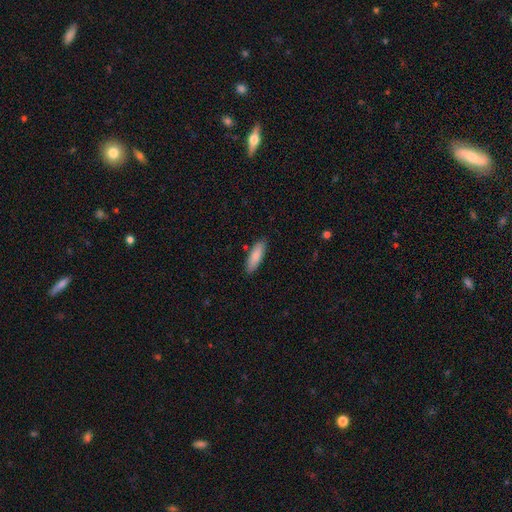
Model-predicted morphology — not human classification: A smooth galaxy with no disk features (86%) that is in between round and cigar-shaped (52%).

Vote fractions:
- Smooth or featured? smooth: 86% / featured or disk: 9% / star or artifact: 6%
- How rounded? in between: 52% / cigar-shaped: 46% / round: 2%
- Merging? none: 87% / minor disturbance: 10% / major disturbance: 2% / merger: 2%